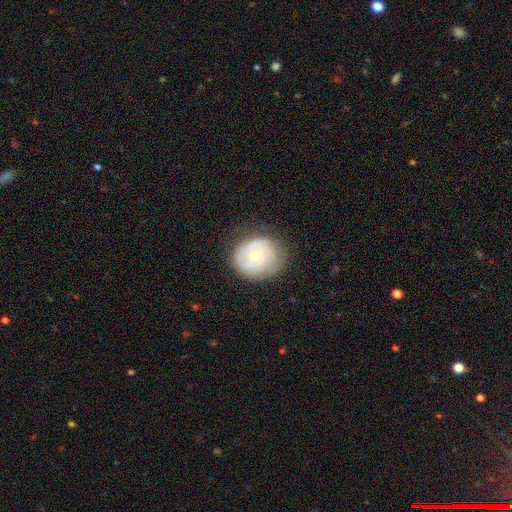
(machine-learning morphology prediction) This appears to be a featured or disk galaxy (50%). Merging: none (65%).